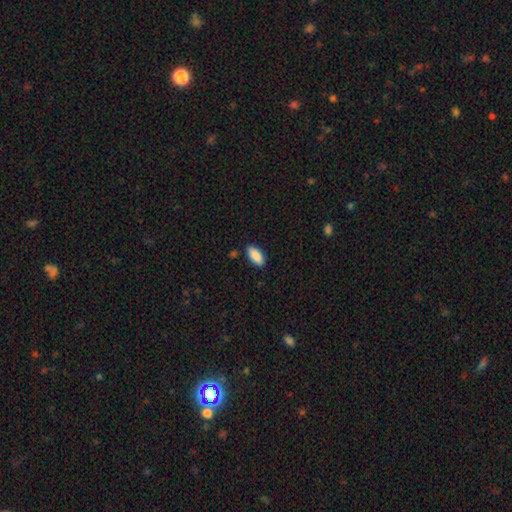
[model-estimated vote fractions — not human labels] smooth-or-featured: smooth: 88% | star or artifact: 6% | featured or disk: 5%
  how-rounded: in between: 87% | cigar-shaped: 11% | round: 2%
  merging: none: 87% | minor disturbance: 9% | major disturbance: 2% | merger: 2%